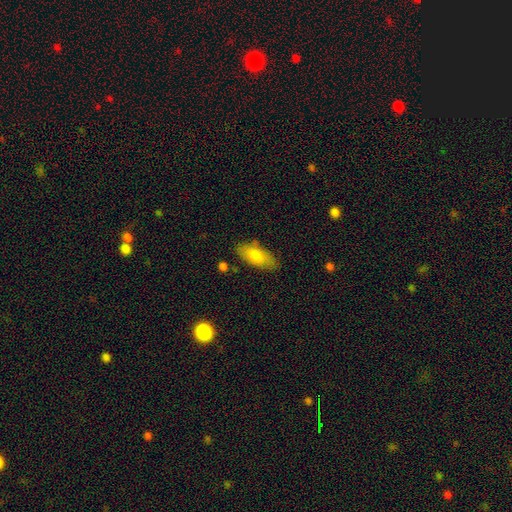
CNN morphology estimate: smooth-or-featured: smooth: 76% | featured or disk: 17% | star or artifact: 6%
  how-rounded: in between: 84% | cigar-shaped: 14% | round: 2%
  merging: none: 79% | minor disturbance: 15% | major disturbance: 3% | merger: 3%